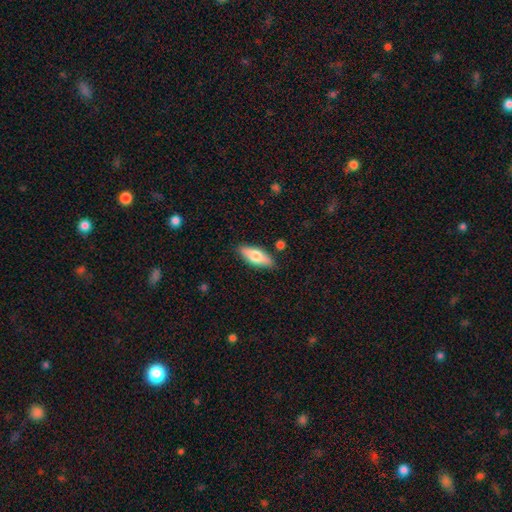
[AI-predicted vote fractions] smooth-or-featured: smooth: 63% | featured or disk: 31% | star or artifact: 6%
  how-rounded: in between: 69% | cigar-shaped: 28% | round: 3%
  merging: none: 85% | minor disturbance: 11% | merger: 3% | major disturbance: 2%